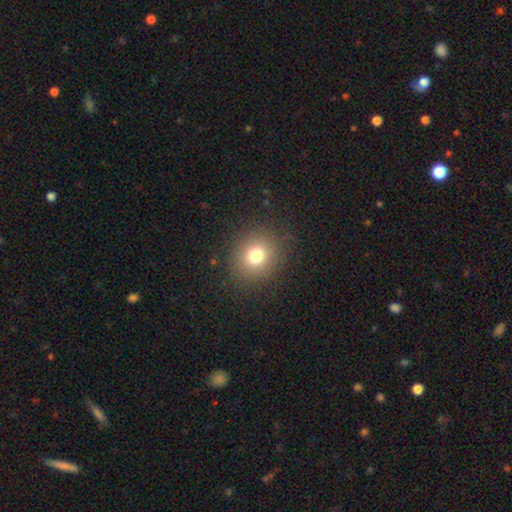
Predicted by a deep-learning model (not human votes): Smooth or featured?
  - smooth: 77% *
  - star or artifact: 14%
  - featured or disk: 9%
How rounded?
  - round: 79% *
  - in between: 20%
  - cigar-shaped: 1%
Merging?
  - none: 87% *
  - minor disturbance: 8%
  - major disturbance: 4%
  - merger: 1%